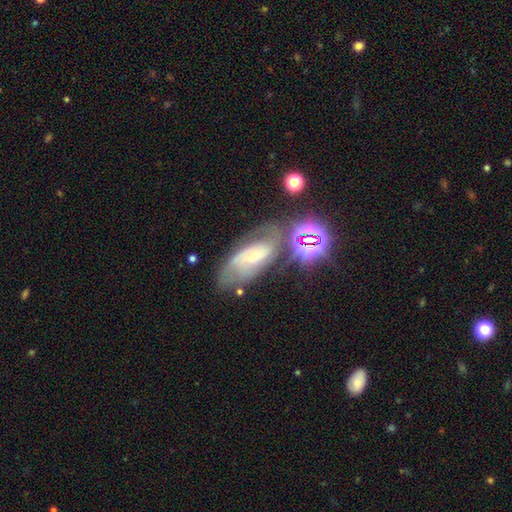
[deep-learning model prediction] Q: Smooth or featured?
A: featured or disk (63%); runner-up: star or artifact (20%)
Q: Edge-on disk?
A: no (91%); runner-up: yes (9%)
Q: Bar?
A: no (53%); runner-up: weak (35%)
Q: Spiral arms?
A: yes (86%); runner-up: no (14%)
Q: Bulge size?
A: small (62%); runner-up: moderate (32%)
Q: Merging?
A: none (57%); runner-up: minor disturbance (21%)